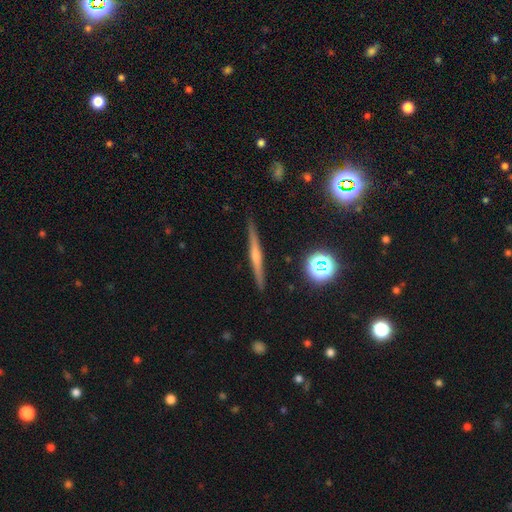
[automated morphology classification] Q: Smooth or featured?
A: featured or disk (65%); runner-up: smooth (24%)
Q: Edge-on disk?
A: yes (98%); runner-up: no (2%)
Q: Edge-on bulge?
A: rounded (69%); runner-up: none (21%)
Q: Merging?
A: none (91%); runner-up: minor disturbance (6%)